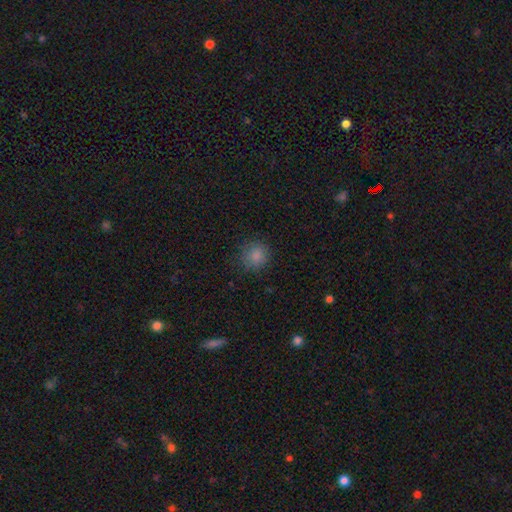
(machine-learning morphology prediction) Smooth or featured?
  - smooth: 85% *
  - star or artifact: 11%
  - featured or disk: 4%
How rounded?
  - round: 91% *
  - in between: 8%
  - cigar-shaped: 1%
Merging?
  - none: 83% *
  - minor disturbance: 12%
  - major disturbance: 4%
  - merger: 1%